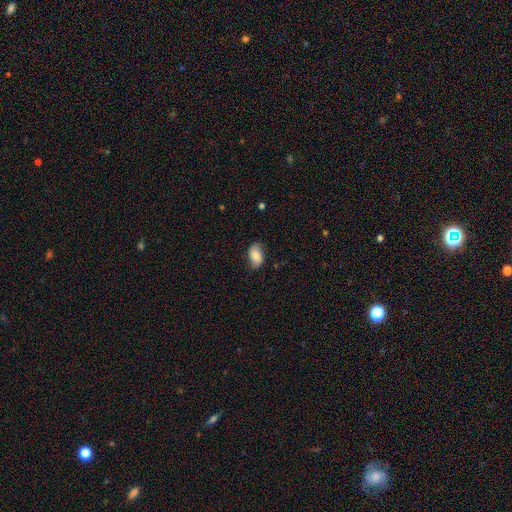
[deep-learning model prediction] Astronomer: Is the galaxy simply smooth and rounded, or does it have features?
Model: smooth — 76%.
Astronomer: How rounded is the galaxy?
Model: in between — 92%.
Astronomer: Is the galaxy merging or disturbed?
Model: none — 74%.